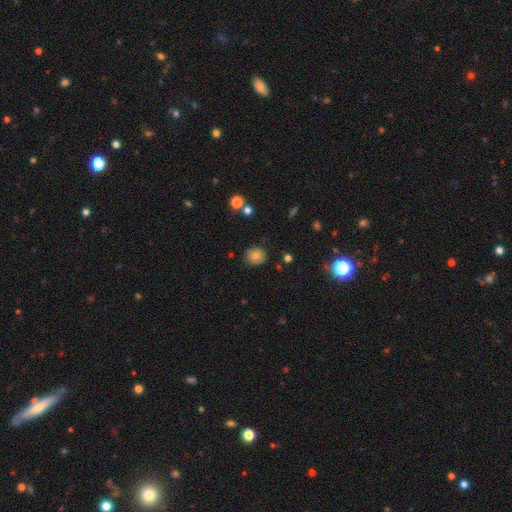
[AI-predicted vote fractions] smooth_or_featured: smooth (p=0.73) [alt: featured or disk p=0.15]
how_rounded: round (p=0.85) [alt: in between p=0.14]
merging: none (p=0.85) [alt: minor disturbance p=0.11]